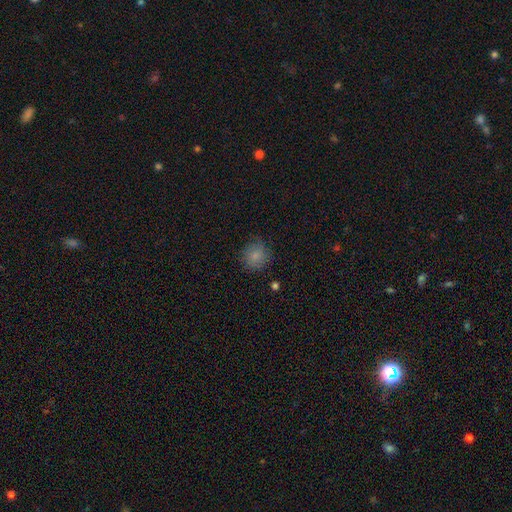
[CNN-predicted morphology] smooth_or_featured: smooth (p=0.82) [alt: star or artifact p=0.10]
how_rounded: round (p=0.89) [alt: in between p=0.10]
merging: none (p=0.78) [alt: minor disturbance p=0.17]